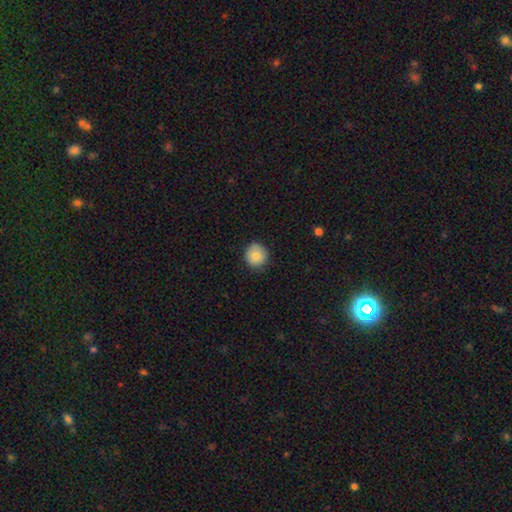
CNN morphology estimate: smooth-or-featured: smooth: 83% | featured or disk: 9% | star or artifact: 9%
  how-rounded: round: 92% | in between: 7% | cigar-shaped: 1%
  merging: none: 85% | minor disturbance: 12% | major disturbance: 2% | merger: 1%